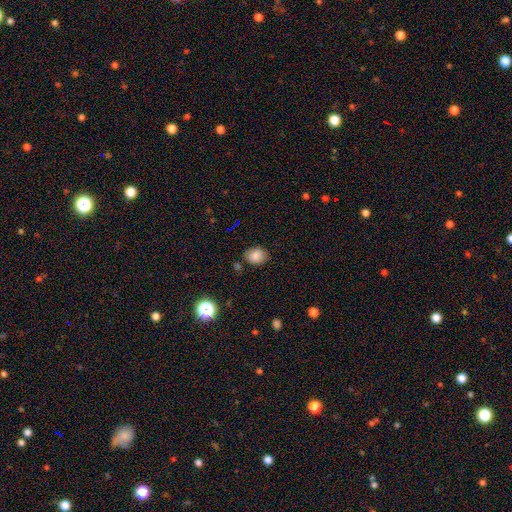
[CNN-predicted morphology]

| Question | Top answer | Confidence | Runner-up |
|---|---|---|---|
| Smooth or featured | smooth | 81% | star or artifact (11%) |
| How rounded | in between | 56% | round (43%) |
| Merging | none | 80% | minor disturbance (13%) |